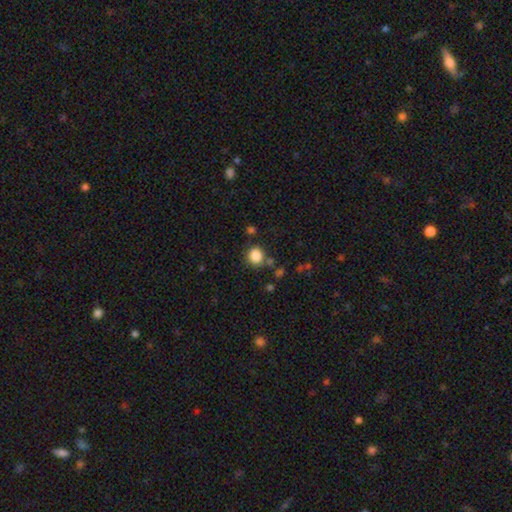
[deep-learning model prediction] Smooth or featured? Predicted: smooth (p=0.86). How rounded? Predicted: round (p=0.84). Merging? Predicted: none (p=0.79).